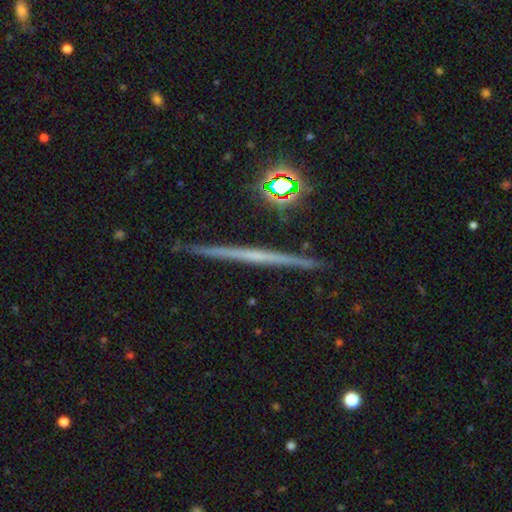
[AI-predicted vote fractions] This appears to be a featured or disk galaxy (69%) viewed edge-on (98%) with no central bulge (80%). Merging: none (92%).